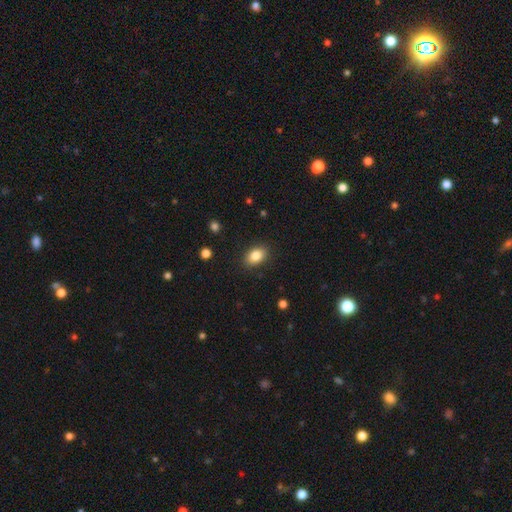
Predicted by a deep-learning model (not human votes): Overall: smooth (85%). How rounded: in between (85%). Merging: none (88%).